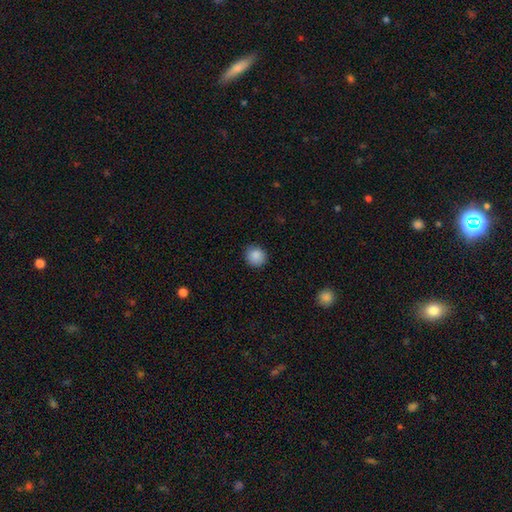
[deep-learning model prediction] The model was most divided on "merging": none: 88%, minor disturbance: 9%, major disturbance: 2%, merger: 1%. More confident: how rounded — round (89%); smooth or featured — smooth (88%).